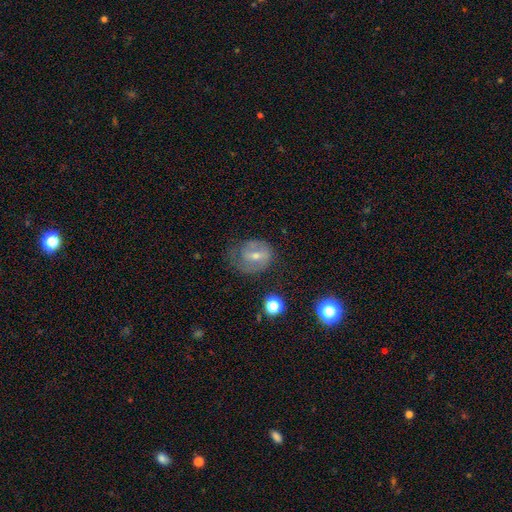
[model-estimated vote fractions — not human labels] smooth-or-featured: featured or disk: 61% | smooth: 28% | star or artifact: 11%
  disk-edge-on: no: 96% | yes: 4%
    bar: weak: 48% | no: 28% | strong: 24%
    has-spiral-arms: yes: 71% | no: 29%
    bulge-size: small: 49% | moderate: 46% | none: 2% | large: 2% | dominant: 1%
  merging: none: 56% | minor disturbance: 26% | major disturbance: 16% | merger: 2%